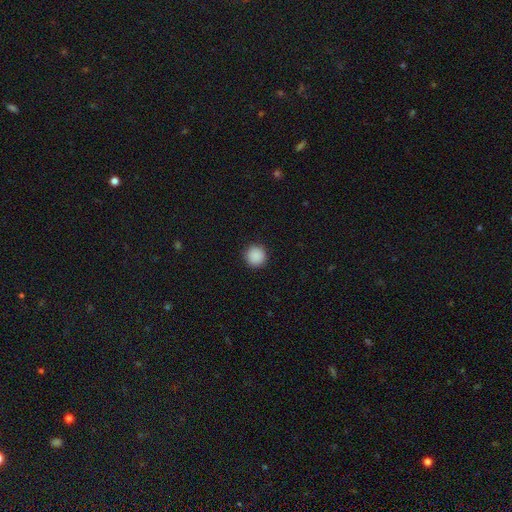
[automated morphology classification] Q: Smooth or featured?
A: smooth (89%); runner-up: star or artifact (8%)
Q: How rounded?
A: round (96%); runner-up: in between (3%)
Q: Merging?
A: none (93%); runner-up: minor disturbance (5%)